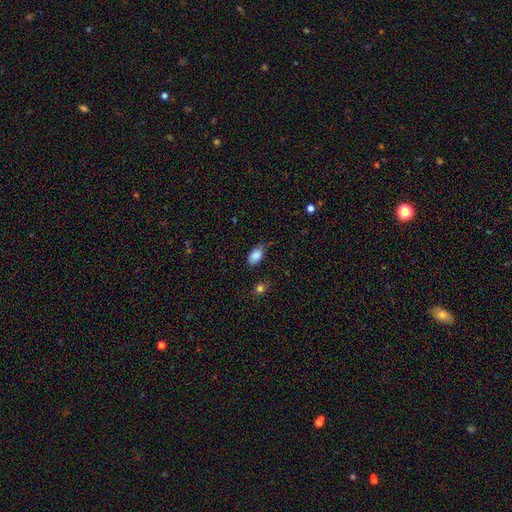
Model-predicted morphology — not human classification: type=smooth (87%); roundness=in between (91%); merging=none (68%).